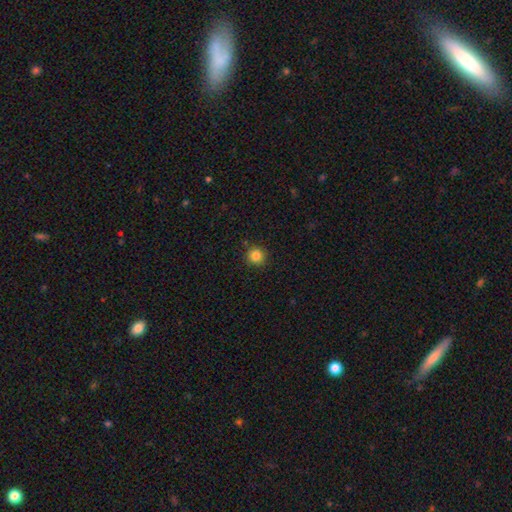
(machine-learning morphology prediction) Overall: smooth (85%). How rounded: round (94%). Merging: none (89%).